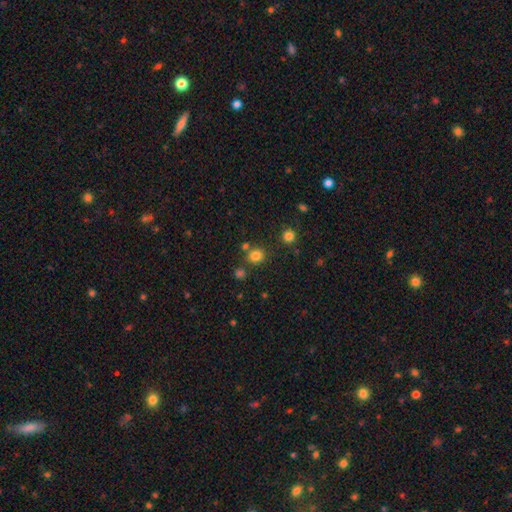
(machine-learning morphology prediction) This appears to be a smooth galaxy with no disk features (80%) that is round (80%). Merging: none (79%).